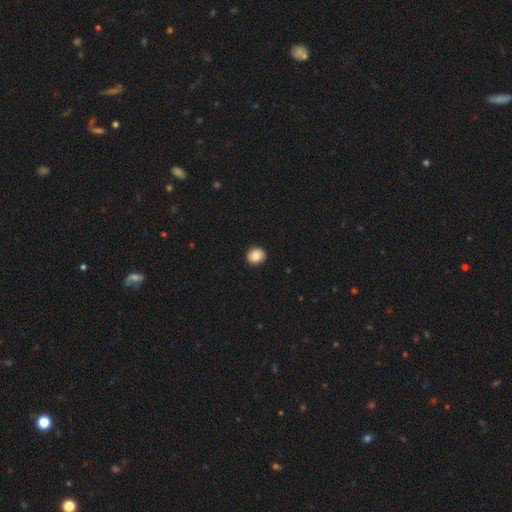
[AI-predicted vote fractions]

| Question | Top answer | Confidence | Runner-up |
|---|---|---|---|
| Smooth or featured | smooth | 84% | star or artifact (8%) |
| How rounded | round | 79% | in between (20%) |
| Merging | none | 88% | minor disturbance (9%) |